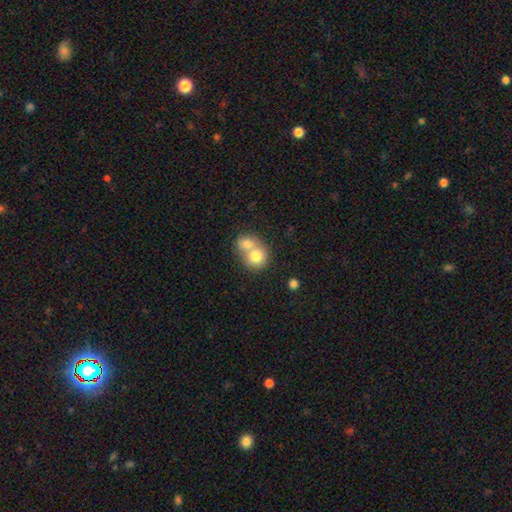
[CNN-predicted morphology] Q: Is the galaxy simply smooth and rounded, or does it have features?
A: smooth — 75%.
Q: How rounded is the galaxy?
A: round — 76%.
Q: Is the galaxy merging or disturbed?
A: merger — 69%.